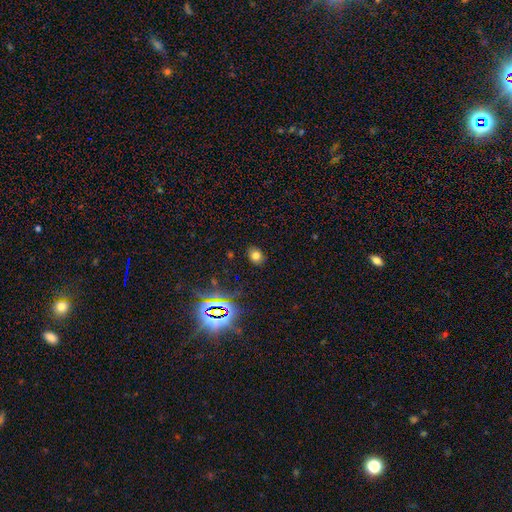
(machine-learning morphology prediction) Overall: smooth (71%). How rounded: round (52%; in between 46%). Merging: none (87%).